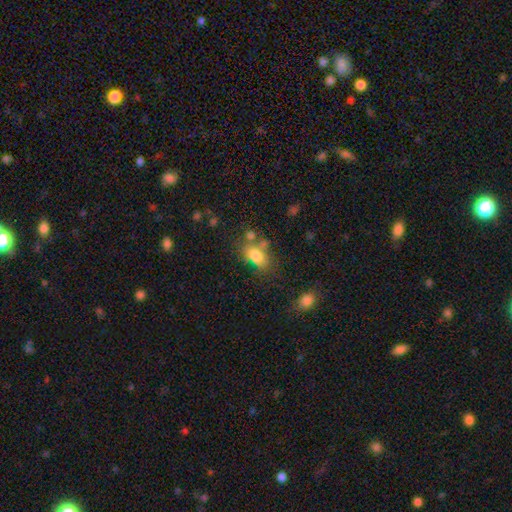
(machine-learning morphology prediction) smooth_or_featured: smooth (p=0.79) [alt: featured or disk p=0.11]
how_rounded: in between (p=0.83) [alt: round p=0.13]
merging: none (p=0.57) [alt: minor disturbance p=0.18]